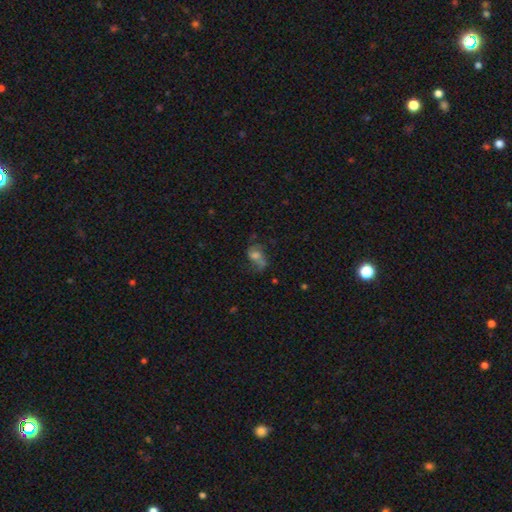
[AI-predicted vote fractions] Morphology: type=featured or disk (54%); edge-on=no (95%); bar=no (59%); spiral arms=yes (80%); bulge=moderate (49%); merging=none (54%).